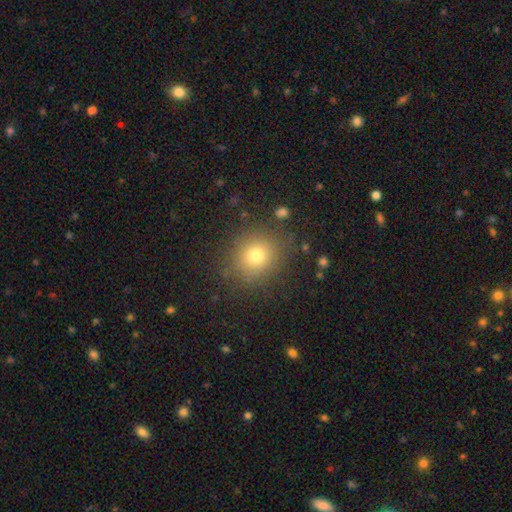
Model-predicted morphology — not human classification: smooth 75%, star or artifact 15%, featured or disk 9%. Down the decision tree: how rounded — round (83%); merging — none (86%).